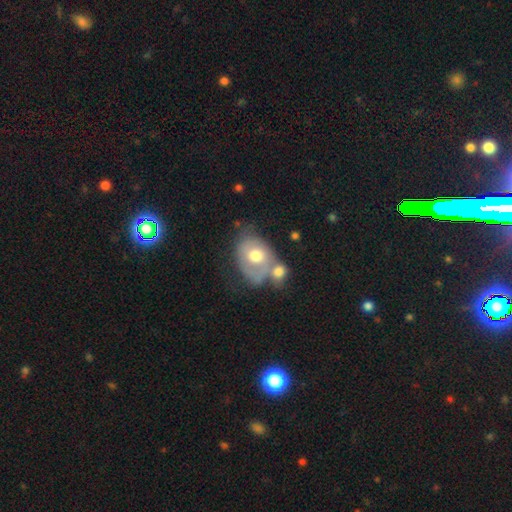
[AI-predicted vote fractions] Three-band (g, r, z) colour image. It shows a smooth galaxy with no disk features (51%) that is in between round and cigar-shaped (65%). Merging: merger (44%).